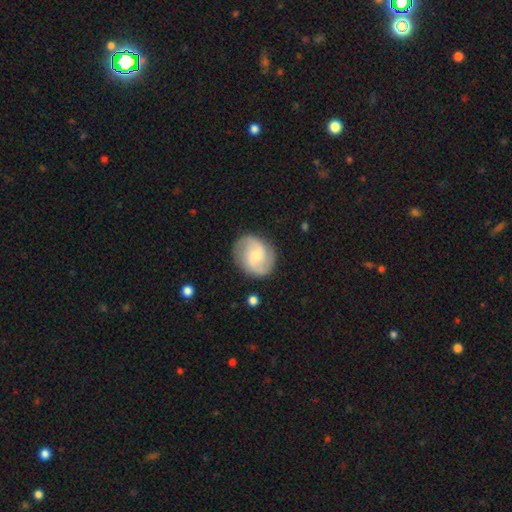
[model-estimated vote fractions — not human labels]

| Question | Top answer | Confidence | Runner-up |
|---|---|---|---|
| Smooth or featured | featured or disk | 72% | smooth (23%) |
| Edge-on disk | no | 98% | yes (2%) |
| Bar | weak | 47% | no (43%) |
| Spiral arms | yes | 93% | no (7%) |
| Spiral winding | medium | 49% | loose (26%) |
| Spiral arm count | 2 | 84% | can't tell (7%) |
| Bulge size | small | 47% | moderate (46%) |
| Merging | none | 82% | minor disturbance (12%) |